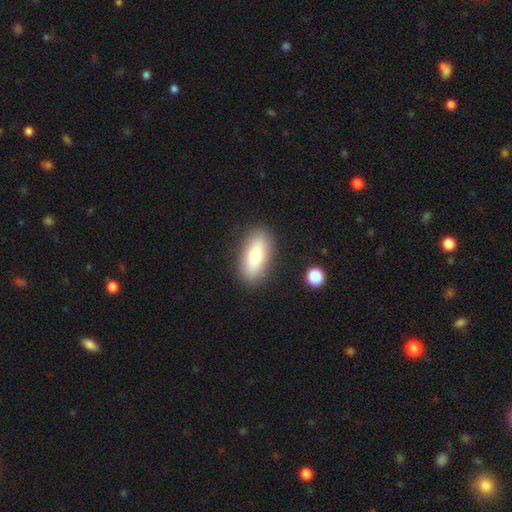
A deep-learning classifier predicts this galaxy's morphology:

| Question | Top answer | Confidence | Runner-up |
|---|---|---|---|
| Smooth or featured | smooth | 76% | featured or disk (17%) |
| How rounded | in between | 85% | cigar-shaped (11%) |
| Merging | none | 88% | minor disturbance (8%) |